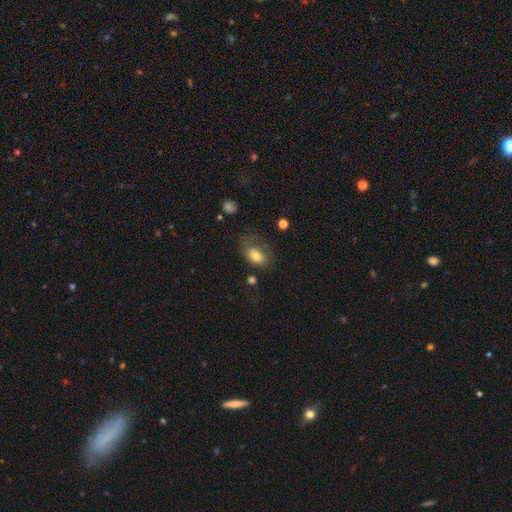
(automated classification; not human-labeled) Q: Smooth or featured?
A: smooth (74%); runner-up: featured or disk (17%)
Q: How rounded?
A: in between (85%); runner-up: round (14%)
Q: Merging?
A: none (45%); runner-up: minor disturbance (27%)